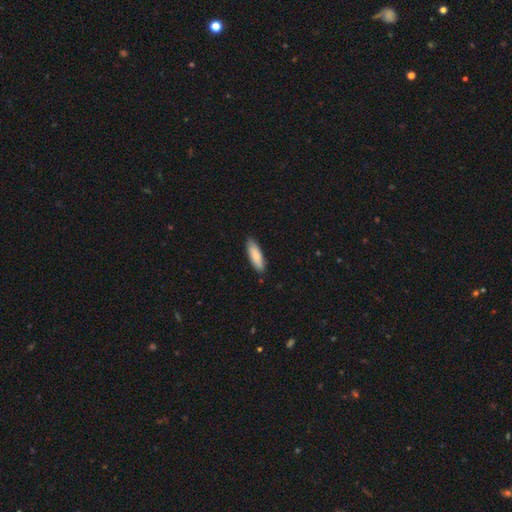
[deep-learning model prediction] The model was most divided on "how rounded": in between: 50%, cigar-shaped: 49%, round: 1%. More confident: merging — none (86%); smooth or featured — smooth (84%).